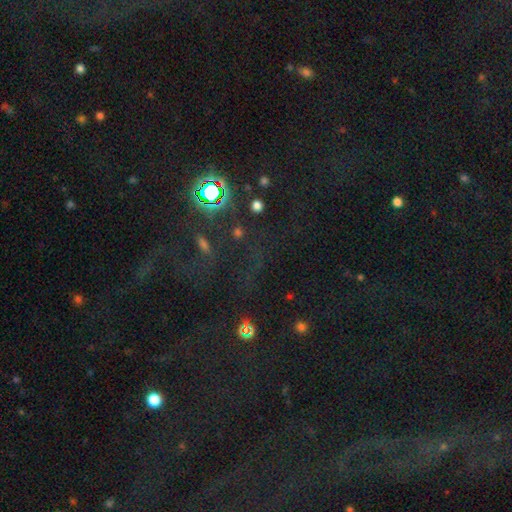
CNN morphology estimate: star or artifact 77%, smooth 13%, featured or disk 10%.